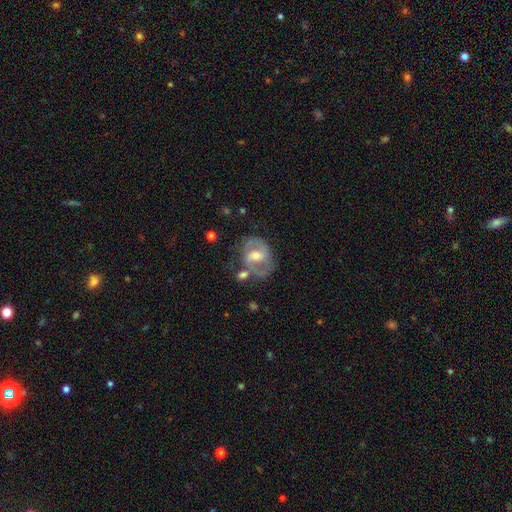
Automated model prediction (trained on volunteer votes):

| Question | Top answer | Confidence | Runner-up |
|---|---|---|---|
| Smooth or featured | featured or disk | 75% | smooth (19%) |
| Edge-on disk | no | 97% | yes (3%) |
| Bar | weak | 47% | no (30%) |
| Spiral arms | yes | 81% | no (19%) |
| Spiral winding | medium | 52% | tight (29%) |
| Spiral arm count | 2 | 80% | can't tell (11%) |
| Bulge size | moderate | 64% | small (29%) |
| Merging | none | 57% | minor disturbance (19%) |